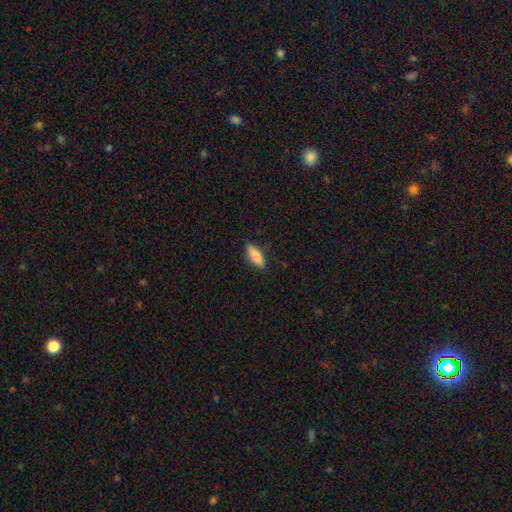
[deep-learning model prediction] A smooth galaxy with no disk features (83%) that is in between round and cigar-shaped (65%). Merging: none (86%).